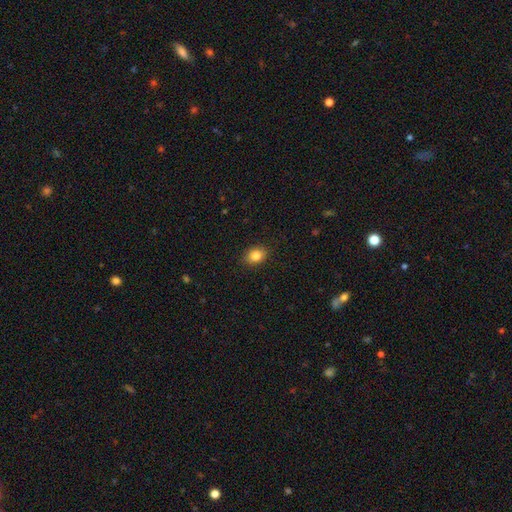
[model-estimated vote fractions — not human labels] A smooth galaxy with no disk features (84%) that is in between round and cigar-shaped (58%).

Vote fractions:
- Smooth or featured? smooth: 84% / star or artifact: 10% / featured or disk: 6%
- How rounded? in between: 58% / round: 41% / cigar-shaped: 1%
- Merging? none: 89% / minor disturbance: 8% / major disturbance: 2% / merger: 1%